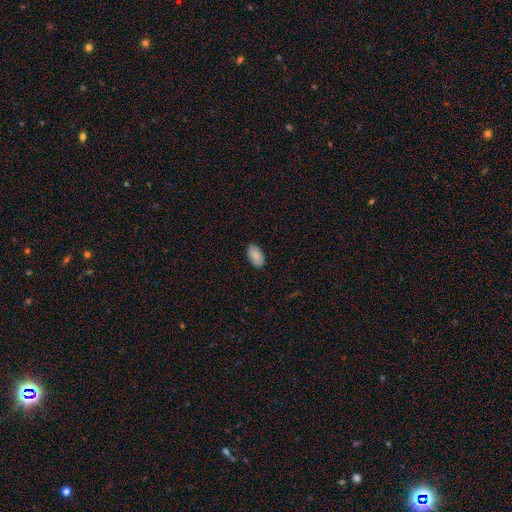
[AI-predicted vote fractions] This appears to be a smooth galaxy with no disk features (86%) that is in between round and cigar-shaped (95%). Merging: none (85%).